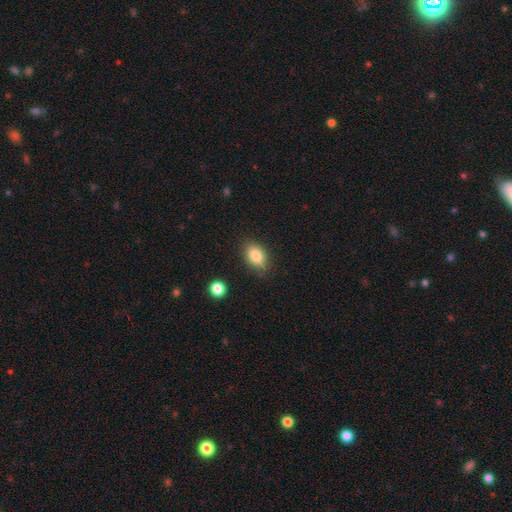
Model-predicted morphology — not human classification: This is clearly a smooth galaxy (83%). How rounded: clearly in between (86%). Merging: clearly none (85%).